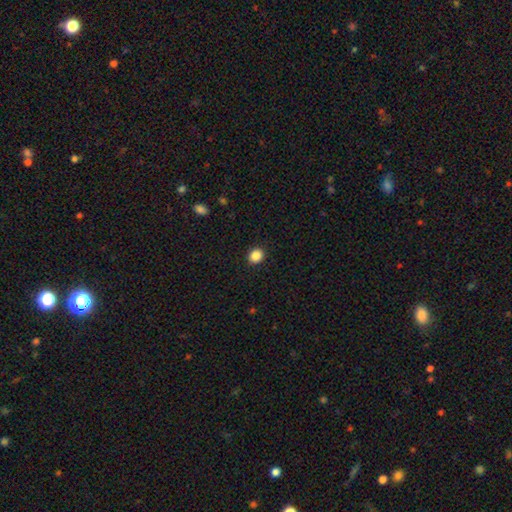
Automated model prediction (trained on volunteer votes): Morphology: type=smooth (87%); roundness=round (76%); merging=none (92%).